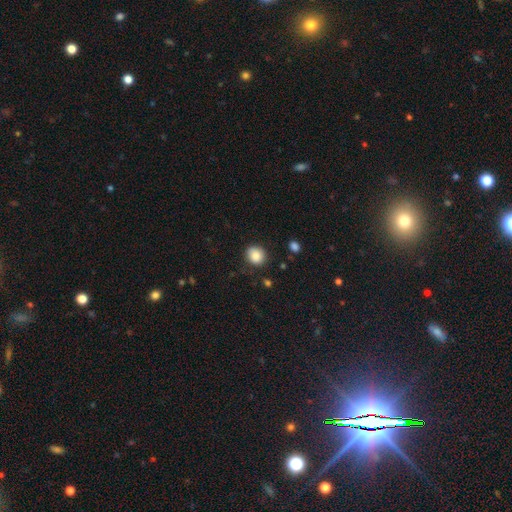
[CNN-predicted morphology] This appears to be a smooth galaxy with no disk features (87%) that is round (76%). Merging: none (83%).